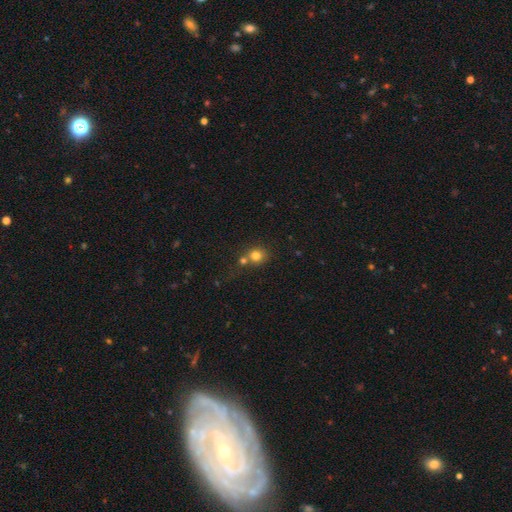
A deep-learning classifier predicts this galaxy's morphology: Smooth or featured? Predicted: smooth (p=0.78). How rounded? Predicted: round (p=0.83). Merging? Predicted: none (p=0.48).